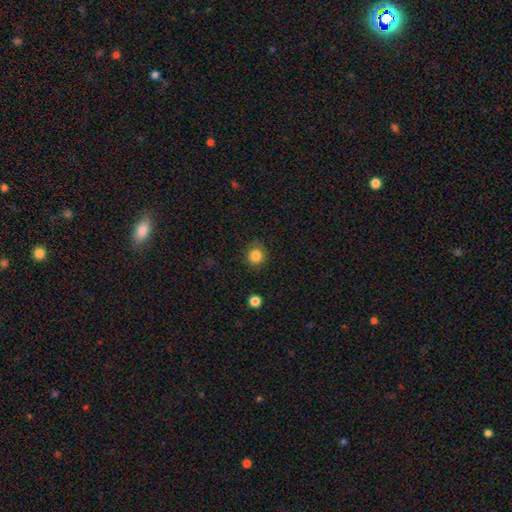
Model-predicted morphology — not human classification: smooth 84%, star or artifact 11%, featured or disk 5%. Down the decision tree: how rounded — round (91%); merging — none (86%).